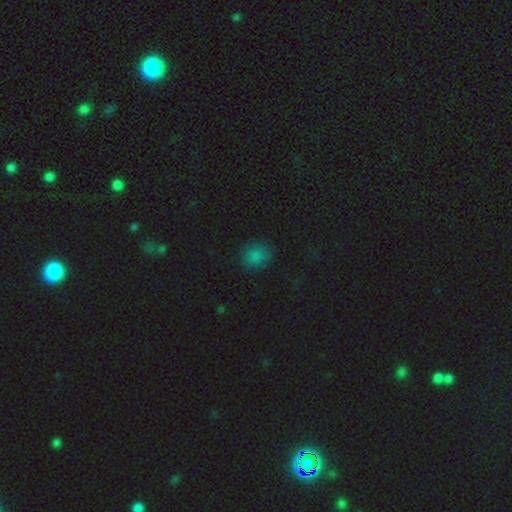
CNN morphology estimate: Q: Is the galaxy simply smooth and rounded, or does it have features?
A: smooth — 77%.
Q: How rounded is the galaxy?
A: round — 72%.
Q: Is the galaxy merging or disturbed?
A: none — 83%.